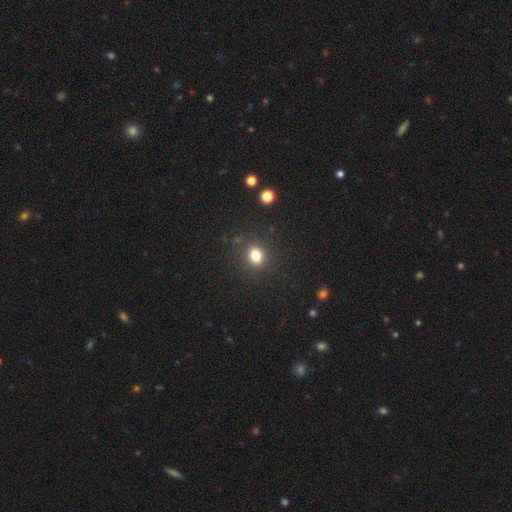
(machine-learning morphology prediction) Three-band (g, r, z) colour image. It shows a smooth galaxy with no disk features (81%) that is round (54%). Merging: none (85%).